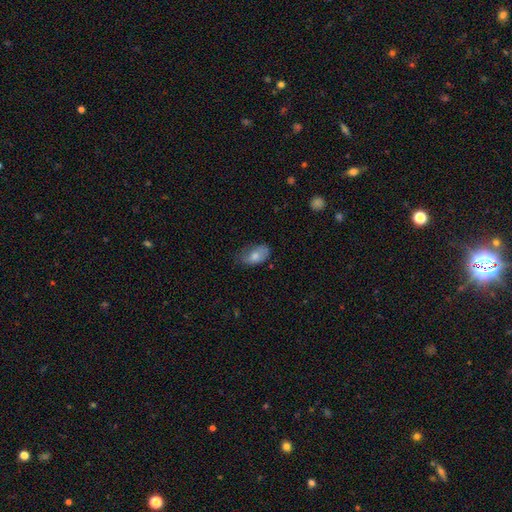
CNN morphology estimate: smooth 75%, featured or disk 18%, star or artifact 7%. Down the decision tree: how rounded — in between (92%); merging — none (49%).